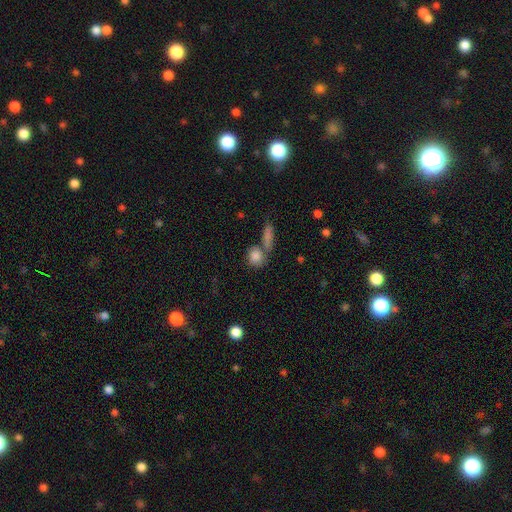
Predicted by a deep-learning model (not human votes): The model was most divided on "merging": none: 50%, merger: 34%, minor disturbance: 11%, major disturbance: 5%. More confident: smooth or featured — smooth (82%); how rounded — round (65%).